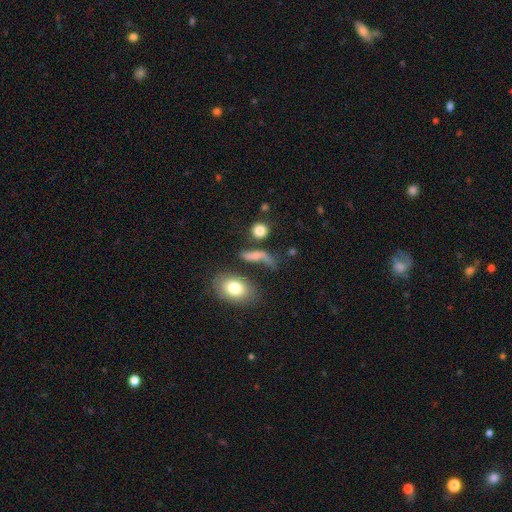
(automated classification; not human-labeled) This appears to be a smooth galaxy with no disk features (61%) that is in between round and cigar-shaped (44%). Merging: none (41%).